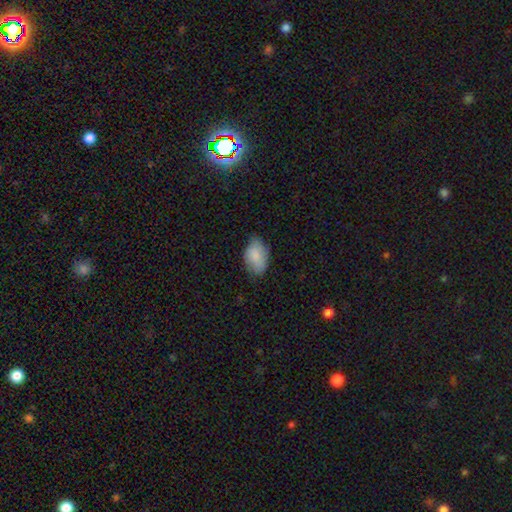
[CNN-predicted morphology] smooth_or_featured: smooth (p=0.82) [alt: featured or disk p=0.11]
how_rounded: in between (p=0.90) [alt: round p=0.09]
merging: none (p=0.67) [alt: minor disturbance p=0.27]